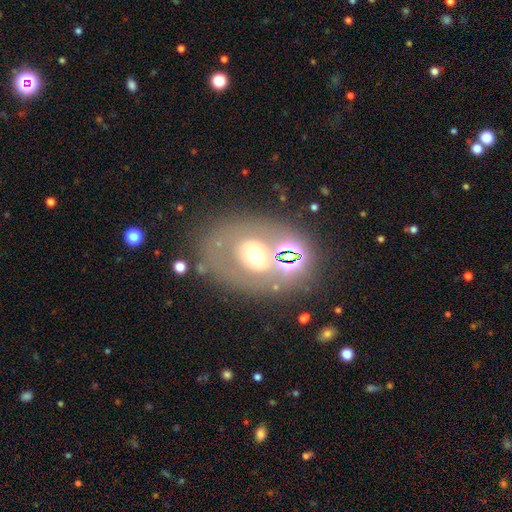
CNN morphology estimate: smooth-or-featured: smooth: 42% | featured or disk: 38% | star or artifact: 20%
  merging: none: 63% | minor disturbance: 14% | merger: 12% | major disturbance: 11%